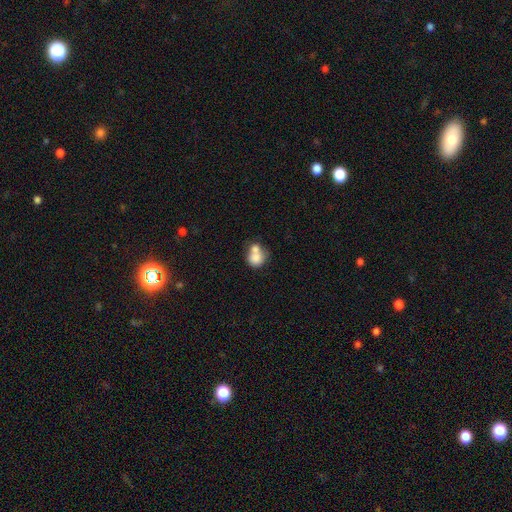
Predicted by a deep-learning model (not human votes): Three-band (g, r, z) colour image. It shows a smooth galaxy with no disk features (76%) that is round (70%). Merging: merger (58%).